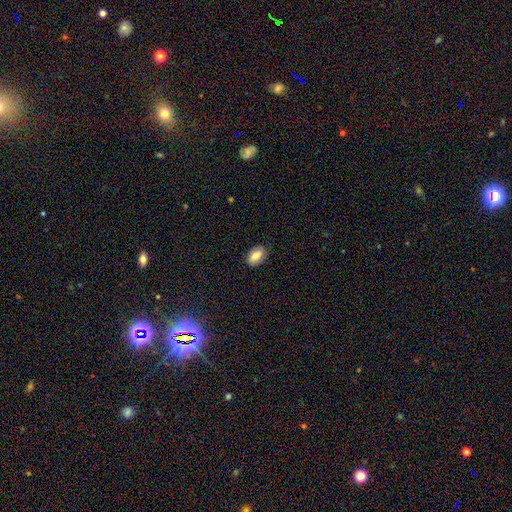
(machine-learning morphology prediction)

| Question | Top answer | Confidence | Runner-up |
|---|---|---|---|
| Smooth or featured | smooth | 80% | featured or disk (13%) |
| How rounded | in between | 91% | round (6%) |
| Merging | none | 86% | minor disturbance (11%) |